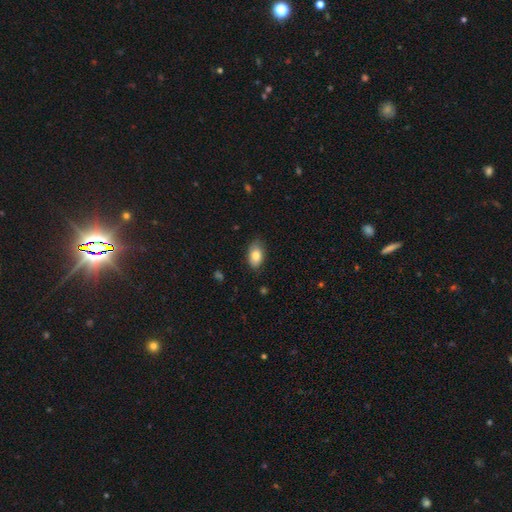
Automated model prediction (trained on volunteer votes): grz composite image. It shows a smooth galaxy with no disk features (83%) that is in between round and cigar-shaped (91%). Merging: none (80%).